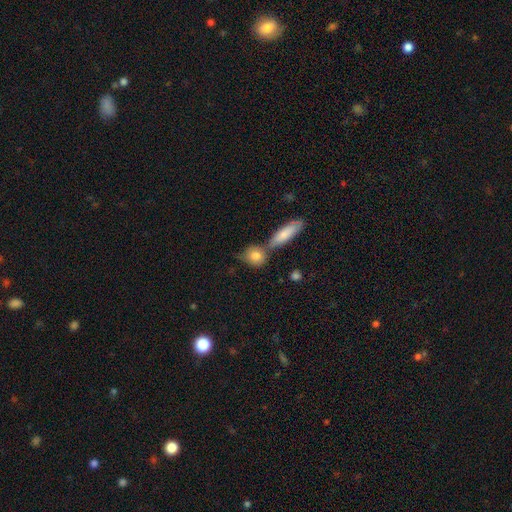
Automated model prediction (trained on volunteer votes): Smooth or featured?
  - smooth: 80% *
  - featured or disk: 13%
  - star or artifact: 7%
How rounded?
  - round: 64% *
  - in between: 28%
  - cigar-shaped: 8%
Merging?
  - none: 52% *
  - merger: 30%
  - minor disturbance: 13%
  - major disturbance: 4%